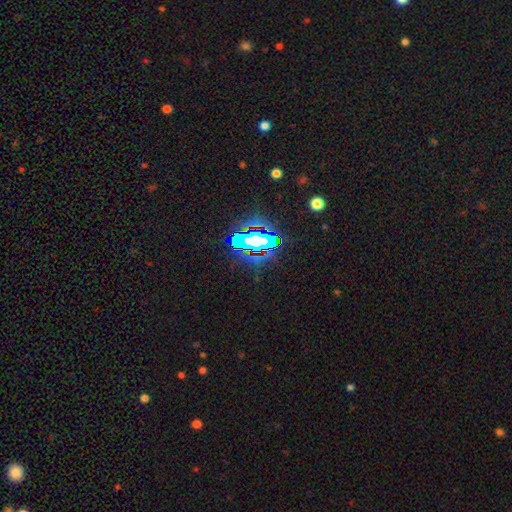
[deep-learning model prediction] This appears to be a star or artifact, not a galaxy (74%).